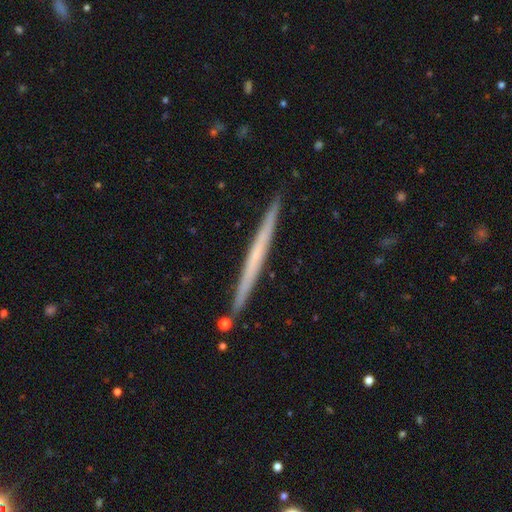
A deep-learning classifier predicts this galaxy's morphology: smooth-or-featured: featured or disk: 55% | smooth: 40% | star or artifact: 6%
  disk-edge-on: yes: 98% | no: 2%
    edge-on-bulge: none: 87% | rounded: 10% | boxy: 3%
  merging: none: 91% | minor disturbance: 6% | merger: 2% | major disturbance: 1%